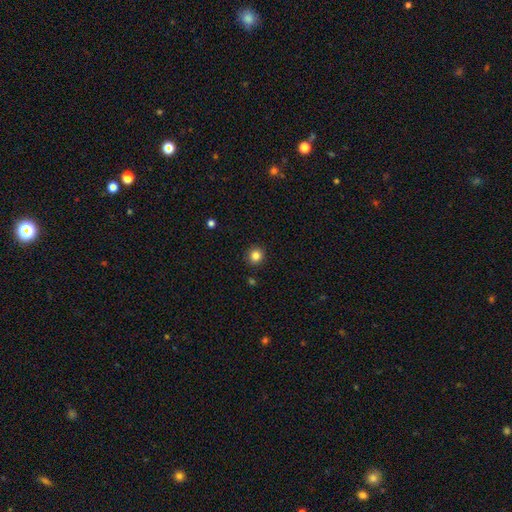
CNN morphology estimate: smooth-or-featured: smooth: 84% | star or artifact: 11% | featured or disk: 4%
  how-rounded: round: 91% | in between: 8% | cigar-shaped: 1%
  merging: none: 91% | minor disturbance: 6% | major disturbance: 2% | merger: 1%